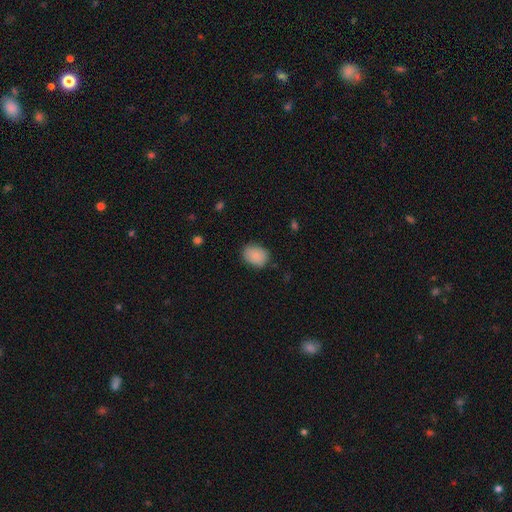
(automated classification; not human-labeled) Smooth or featured? Predicted: smooth (p=0.87). How rounded? Predicted: in between (p=0.60). Merging? Predicted: none (p=0.79).